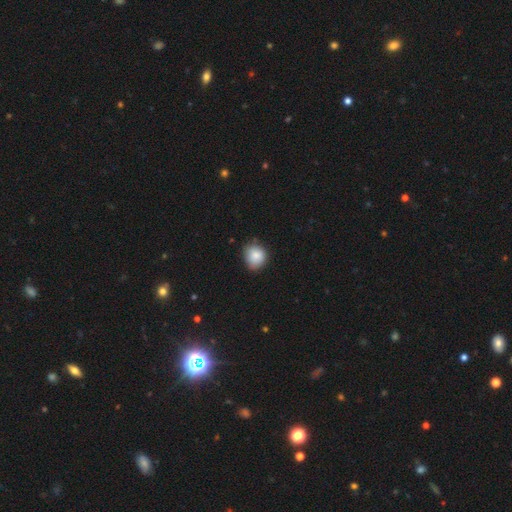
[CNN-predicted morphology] Smooth or featured? Predicted: smooth (p=0.85). How rounded? Predicted: round (p=0.74). Merging? Predicted: none (p=0.67).